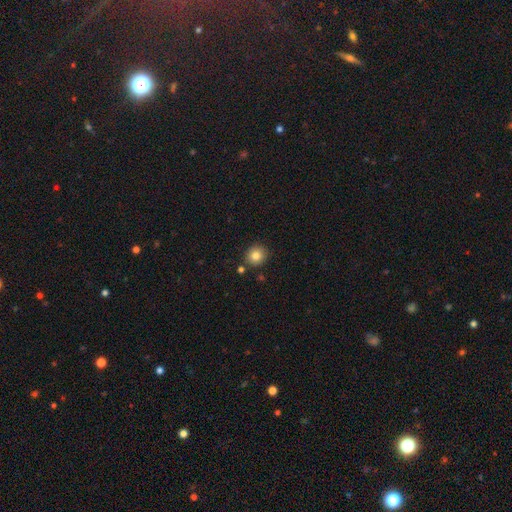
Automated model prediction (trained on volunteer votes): This is clearly a smooth galaxy (82%). How rounded: clearly round (87%). Merging: clearly none (84%).